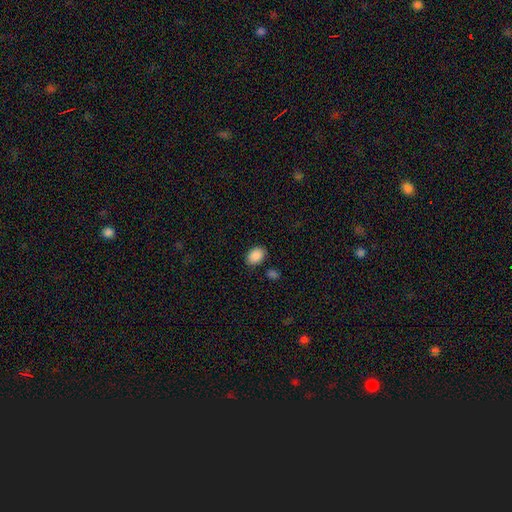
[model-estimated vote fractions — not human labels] This appears to be a smooth galaxy with no disk features (89%) that is in between round and cigar-shaped (76%). Merging: none (81%).